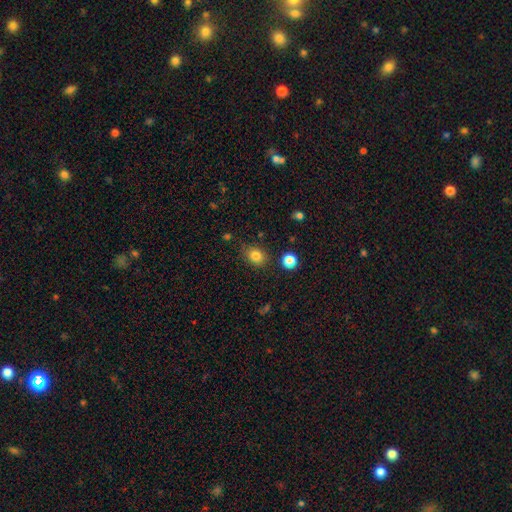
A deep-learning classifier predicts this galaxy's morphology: A smooth galaxy with no disk features (83%) that is round (56%). Merging: none (78%).